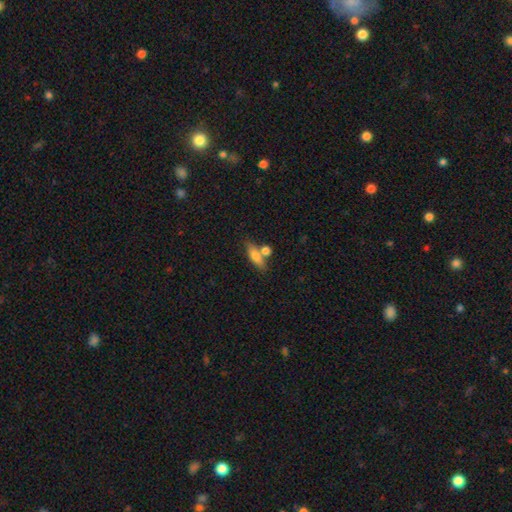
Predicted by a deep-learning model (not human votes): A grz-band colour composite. It shows a smooth galaxy with no disk features (73%) that is in between round and cigar-shaped (49%). Merging: none (59%).